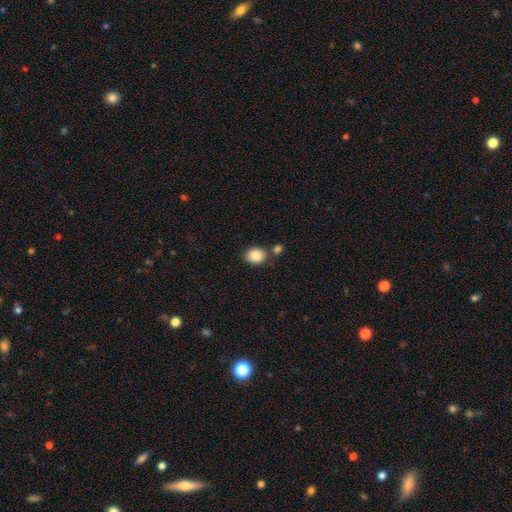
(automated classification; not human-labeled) smooth 87%, star or artifact 8%, featured or disk 5%. Down the decision tree: how rounded — round (57%); merging — none (70%).